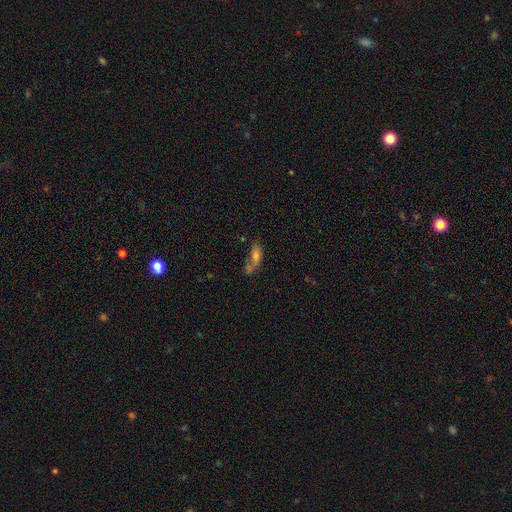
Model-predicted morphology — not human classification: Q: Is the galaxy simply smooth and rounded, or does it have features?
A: smooth — 64%.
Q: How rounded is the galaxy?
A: in between — 67%.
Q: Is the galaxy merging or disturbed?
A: none — 37%.